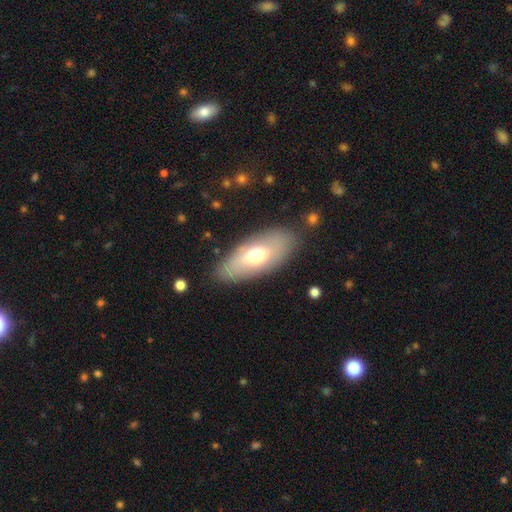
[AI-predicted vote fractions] smooth 62%, featured or disk 31%, star or artifact 7%. Down the decision tree: how rounded — in between (87%); merging — none (84%).